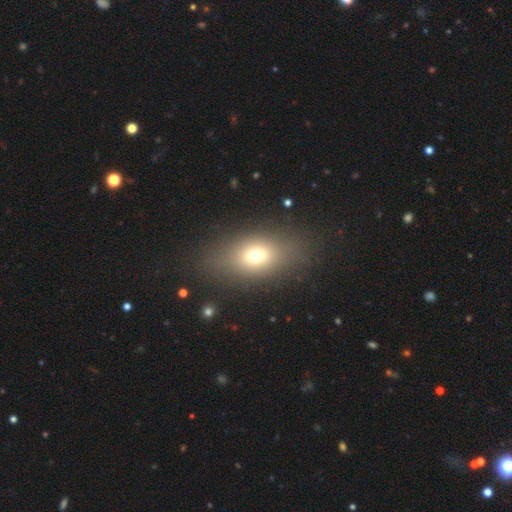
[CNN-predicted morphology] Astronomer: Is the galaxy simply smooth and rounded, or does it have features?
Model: smooth — 67%.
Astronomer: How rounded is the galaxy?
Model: in between — 73%.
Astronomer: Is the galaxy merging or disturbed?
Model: none — 78%.